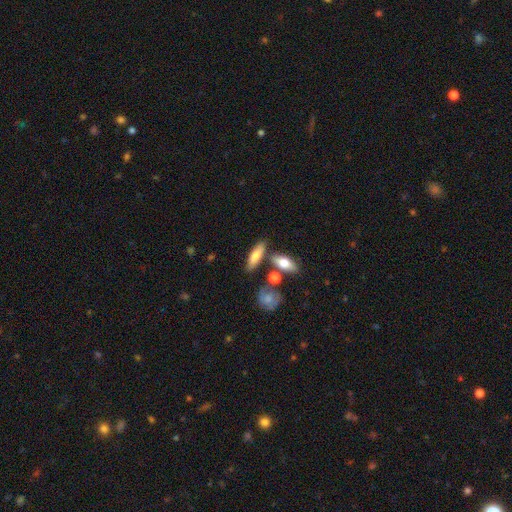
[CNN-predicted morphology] smooth_or_featured: smooth (p=0.70) [alt: featured or disk p=0.23]
how_rounded: in between (p=0.52) [alt: cigar-shaped p=0.44]
merging: none (p=0.66) [alt: merger p=0.16]